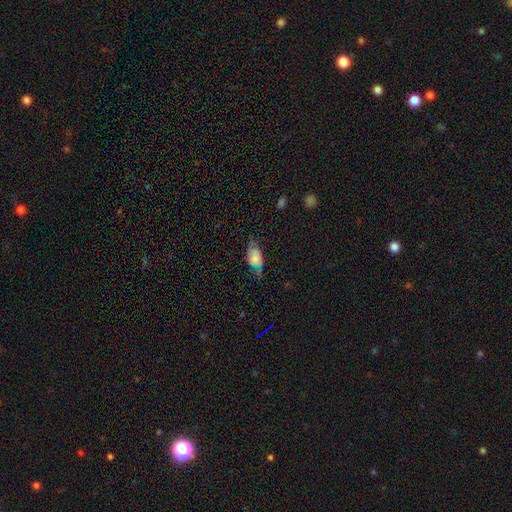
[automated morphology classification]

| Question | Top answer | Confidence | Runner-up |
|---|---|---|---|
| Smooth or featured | smooth | 64% | featured or disk (24%) |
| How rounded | in between | 88% | round (7%) |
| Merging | none | 51% | minor disturbance (33%) |